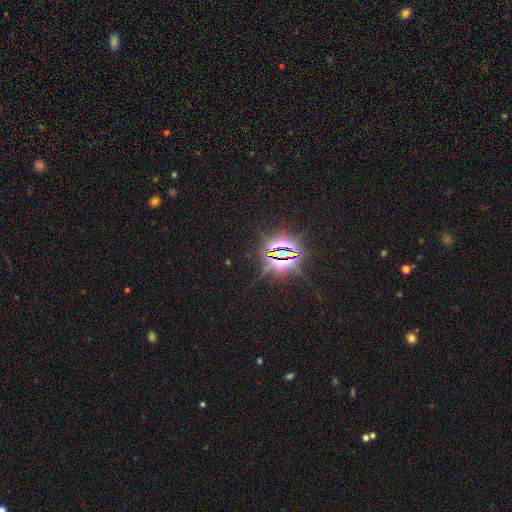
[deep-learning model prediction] This is clearly a star or artifact rather than a galaxy (85%).